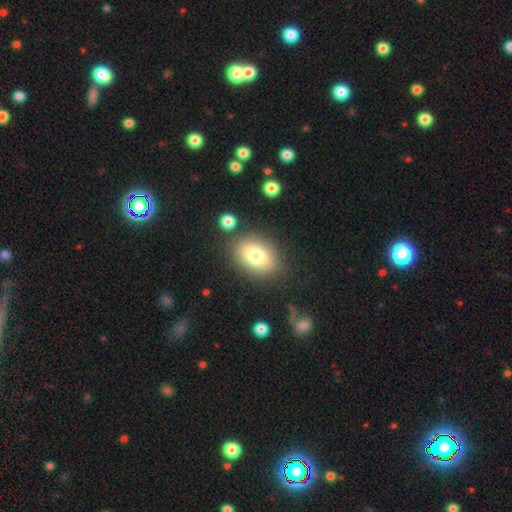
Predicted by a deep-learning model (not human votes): Smooth or featured? smooth (77%)
How rounded? in between (76%)
Merging? none (80%)